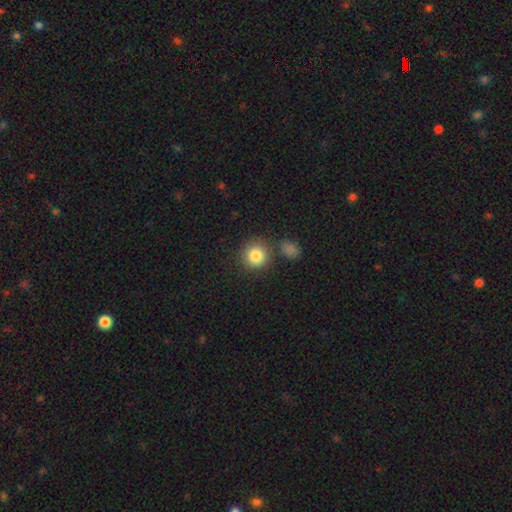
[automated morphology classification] A smooth galaxy with no disk features (85%) that is round (91%).

Vote fractions:
- Smooth or featured? smooth: 85% / star or artifact: 9% / featured or disk: 6%
- How rounded? round: 91% / in between: 8% / cigar-shaped: 1%
- Merging? none: 77% / merger: 10% / minor disturbance: 10% / major disturbance: 4%